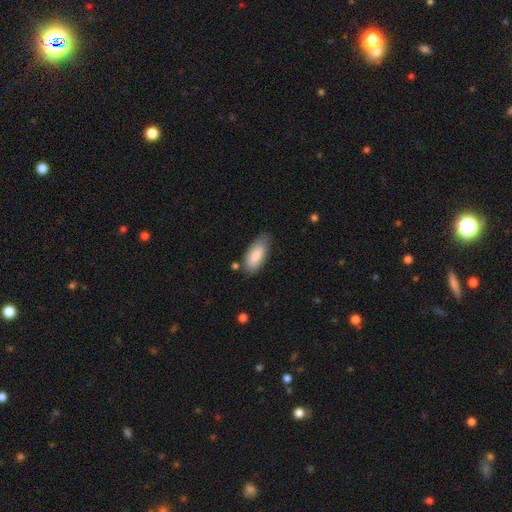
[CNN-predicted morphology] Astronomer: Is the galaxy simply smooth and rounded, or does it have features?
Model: smooth — 84%.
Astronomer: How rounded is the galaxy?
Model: in between — 85%.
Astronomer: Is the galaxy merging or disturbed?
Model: none — 72%.